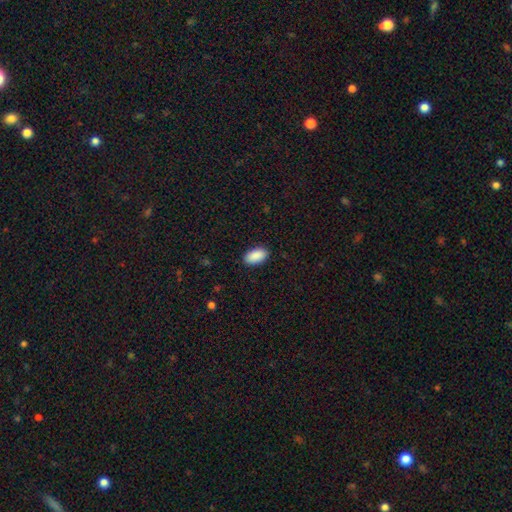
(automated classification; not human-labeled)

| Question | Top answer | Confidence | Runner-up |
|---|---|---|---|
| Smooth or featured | smooth | 91% | star or artifact (6%) |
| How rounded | in between | 95% | round (3%) |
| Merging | none | 90% | minor disturbance (7%) |